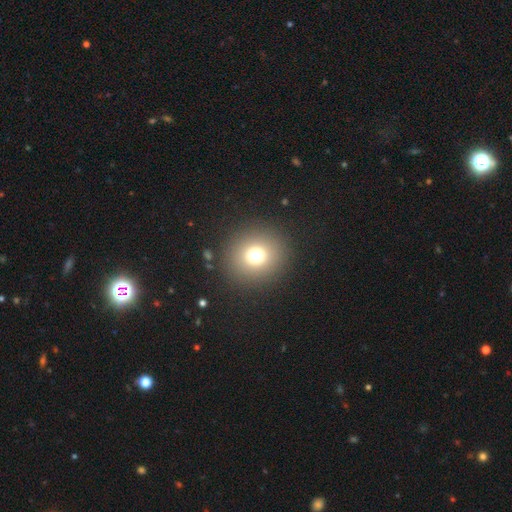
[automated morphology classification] Smooth or featured: smooth — 72% (star or artifact — 18%)
How rounded: round — 91% (in between — 8%)
Merging: none — 89% (minor disturbance — 5%)